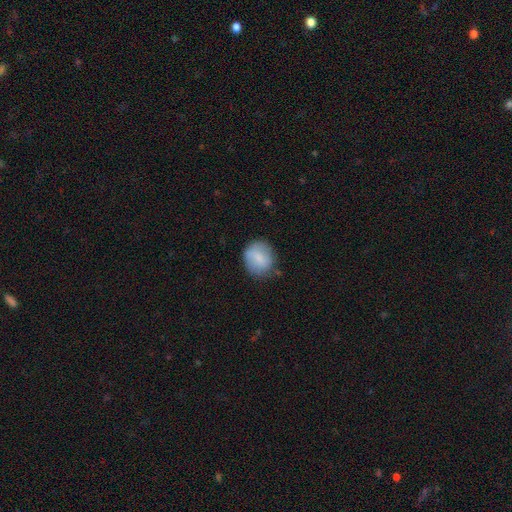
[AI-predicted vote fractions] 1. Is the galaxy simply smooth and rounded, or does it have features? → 77% smooth, 16% featured or disk, 7% star or artifact.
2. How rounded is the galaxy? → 76% round, 23% in between, 1% cigar-shaped.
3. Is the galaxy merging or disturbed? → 74% none, 19% minor disturbance, 5% major disturbance, 2% merger.